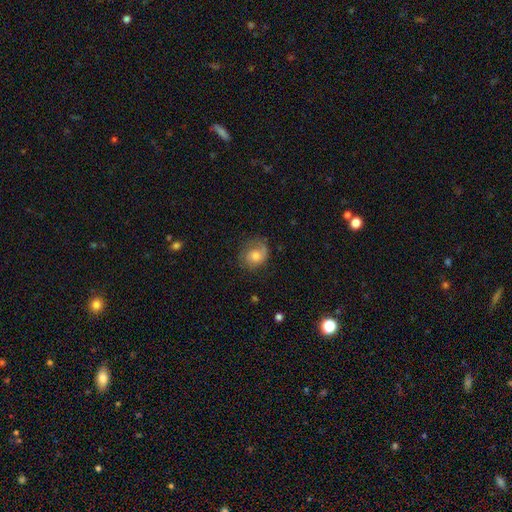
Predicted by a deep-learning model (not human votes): smooth-or-featured: smooth: 49% | featured or disk: 42% | star or artifact: 9%
  merging: none: 63% | minor disturbance: 23% | major disturbance: 12% | merger: 1%